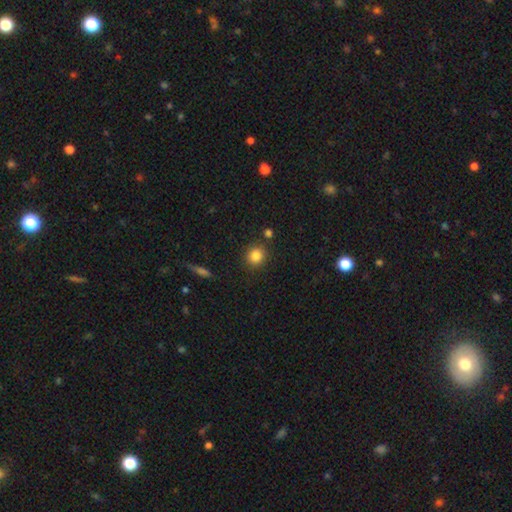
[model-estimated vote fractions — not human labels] Morphology: type=smooth (84%); roundness=round (86%); merging=none (86%).